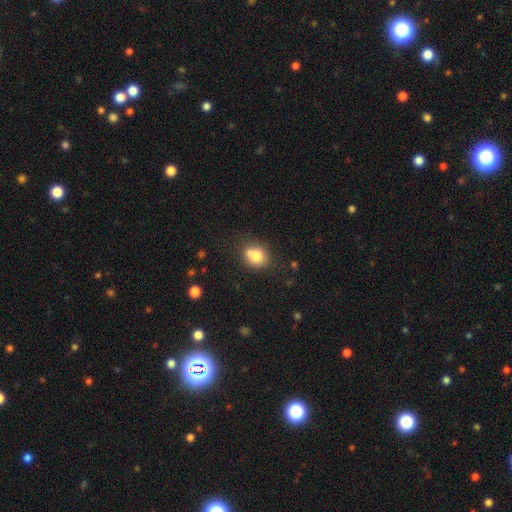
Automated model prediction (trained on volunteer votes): Smooth or featured? Predicted: smooth (p=0.76). How rounded? Predicted: round (p=0.71). Merging? Predicted: none (p=0.51).